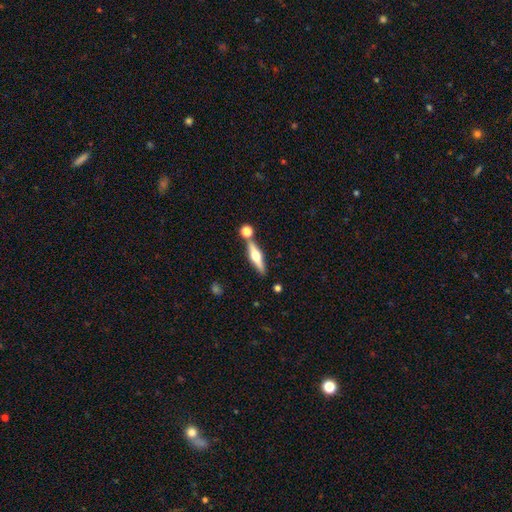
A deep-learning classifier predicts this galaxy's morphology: The model was most divided on "smooth or featured": featured or disk: 62%, smooth: 32%, star or artifact: 6%. More confident: edge-on disk — yes (96%); edge-on bulge — rounded (94%); merging — none (77%).